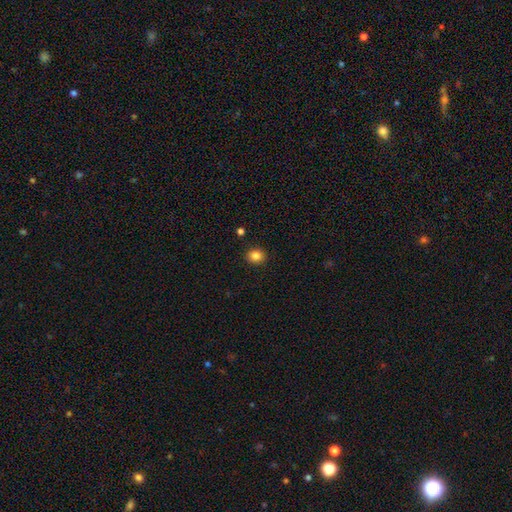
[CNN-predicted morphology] Smooth or featured? Predicted: smooth (p=0.84). How rounded? Predicted: round (p=0.66). Merging? Predicted: none (p=0.90).